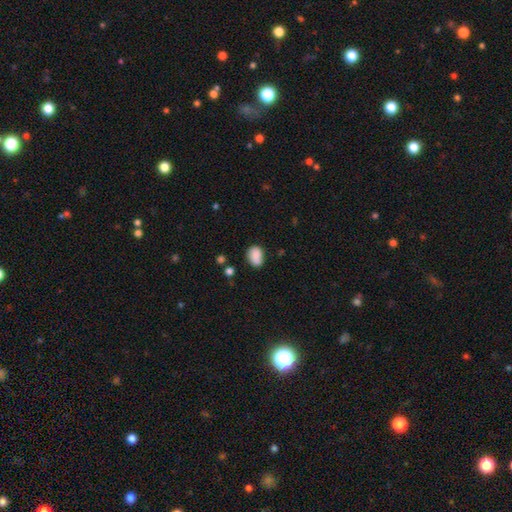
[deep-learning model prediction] smooth-or-featured: smooth: 84% | star or artifact: 8% | featured or disk: 8%
  how-rounded: in between: 70% | round: 29% | cigar-shaped: 1%
  merging: none: 65% | minor disturbance: 24% | merger: 6% | major disturbance: 5%